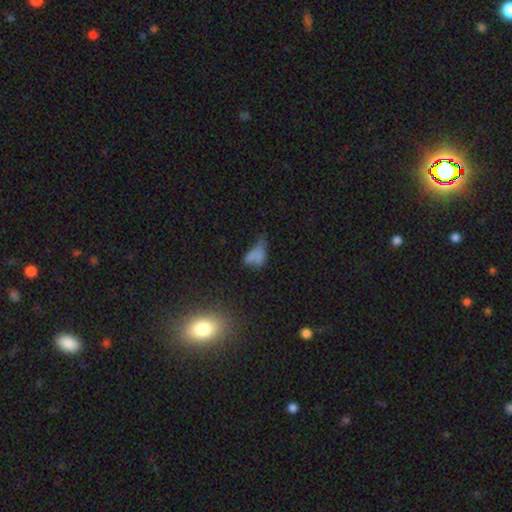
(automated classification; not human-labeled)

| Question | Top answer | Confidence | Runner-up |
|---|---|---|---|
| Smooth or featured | smooth | 58% | star or artifact (21%) |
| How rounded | in between | 80% | cigar-shaped (10%) |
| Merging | major disturbance | 35% | minor disturbance (26%) |